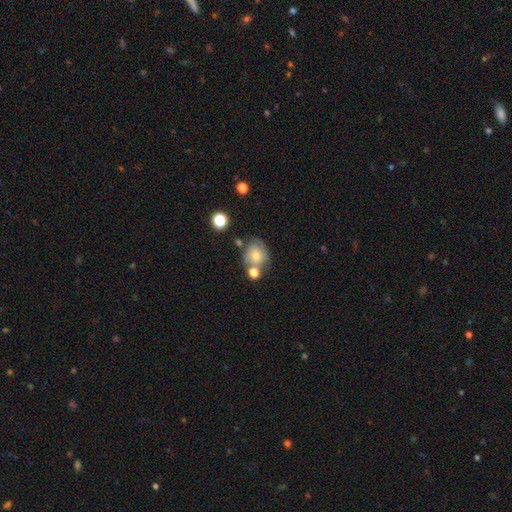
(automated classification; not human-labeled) Morphology: type=smooth (64%); roundness=round (68%); merging=none (51%).